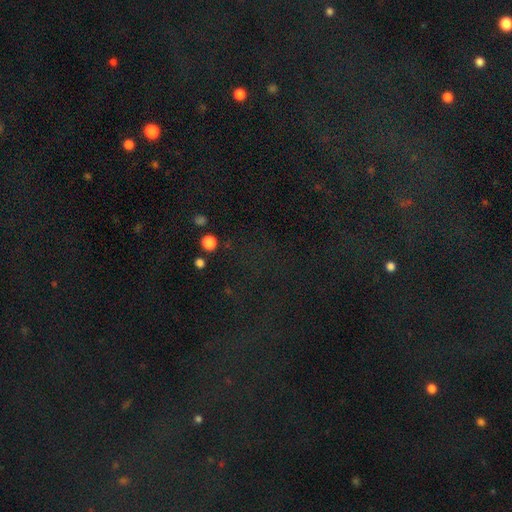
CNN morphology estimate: Q: Smooth or featured?
A: star or artifact (80%); runner-up: smooth (12%)